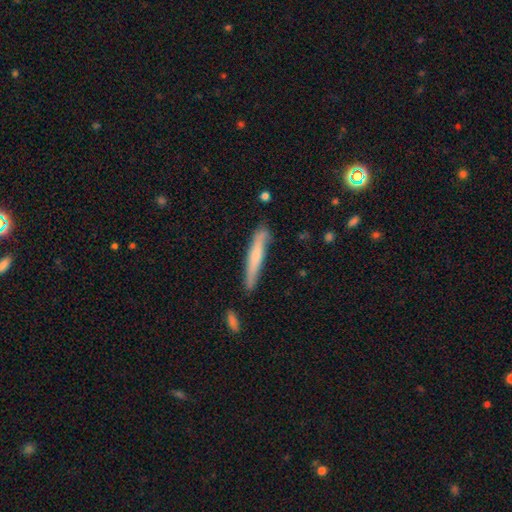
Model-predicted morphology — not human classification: This is possibly a smooth galaxy (59%). How rounded: clearly cigar-shaped (94%). Merging: likely none (77%).